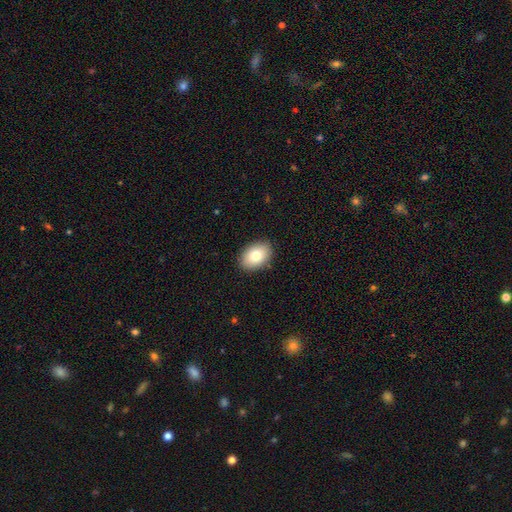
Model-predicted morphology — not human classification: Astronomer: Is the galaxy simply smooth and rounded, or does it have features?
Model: smooth — 79%.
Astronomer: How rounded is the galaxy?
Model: in between — 84%.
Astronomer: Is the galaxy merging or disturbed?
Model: none — 89%.